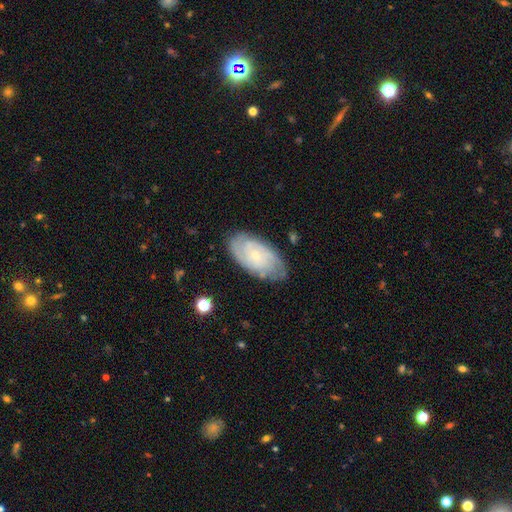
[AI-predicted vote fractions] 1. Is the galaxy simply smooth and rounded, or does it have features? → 70% featured or disk, 24% smooth, 6% star or artifact.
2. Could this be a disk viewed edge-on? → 95% no, 5% yes.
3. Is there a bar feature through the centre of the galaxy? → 77% no, 20% weak, 3% strong.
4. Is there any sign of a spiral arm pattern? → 88% yes, 12% no.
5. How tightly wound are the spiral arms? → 66% tight, 27% medium, 8% loose.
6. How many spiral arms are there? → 44% can't tell, 29% 2, 12% 3, 7% 4, 4% 1, 4% more than 4.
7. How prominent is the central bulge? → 79% small, 17% moderate, 2% none, 1% large, 1% dominant.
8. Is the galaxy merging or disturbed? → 76% none, 18% minor disturbance, 4% major disturbance, 1% merger.